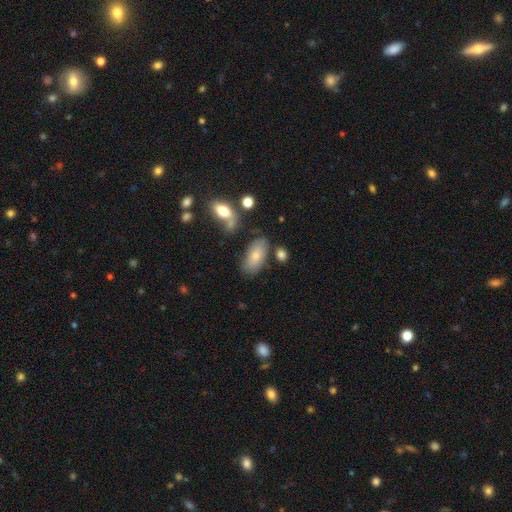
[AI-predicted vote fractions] Overall: smooth (72%). How rounded: in between (92%). Merging: none (65%).